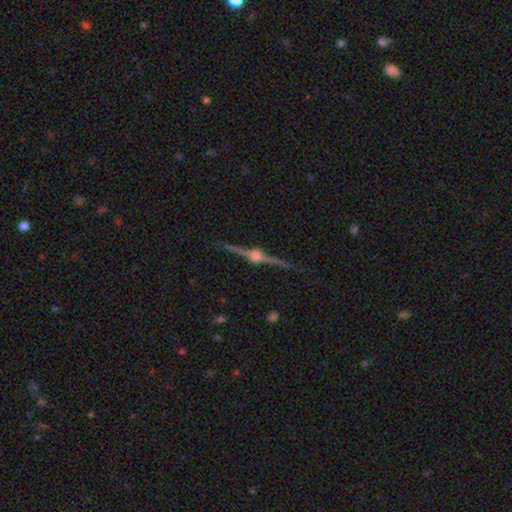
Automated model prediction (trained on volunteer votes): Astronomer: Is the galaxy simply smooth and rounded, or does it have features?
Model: featured or disk — 87%.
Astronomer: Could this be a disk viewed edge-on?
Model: yes — 98%.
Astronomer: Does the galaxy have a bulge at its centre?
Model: rounded — 94%.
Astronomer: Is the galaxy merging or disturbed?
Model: none — 89%.